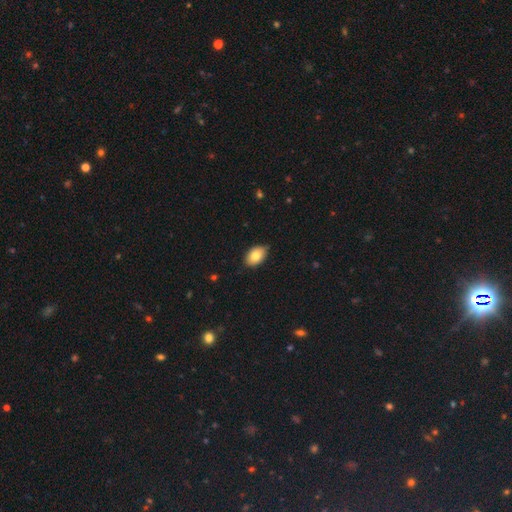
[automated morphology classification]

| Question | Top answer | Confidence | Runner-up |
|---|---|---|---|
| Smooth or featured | smooth | 80% | featured or disk (12%) |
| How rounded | in between | 88% | round (11%) |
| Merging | none | 82% | minor disturbance (15%) |